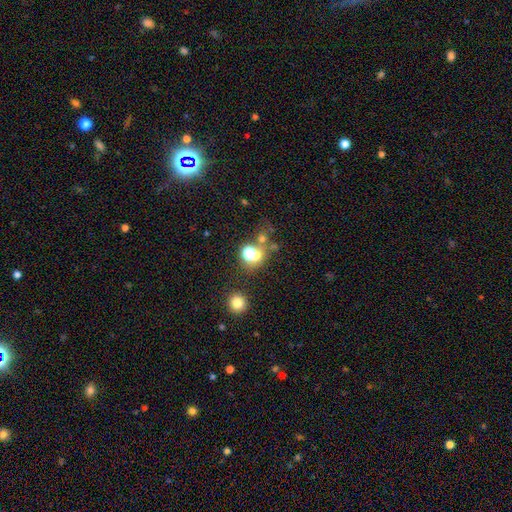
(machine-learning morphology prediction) Smooth or featured?
  - smooth: 56% *
  - star or artifact: 31%
  - featured or disk: 13%
How rounded?
  - round: 77% *
  - in between: 22%
  - cigar-shaped: 1%
Merging?
  - none: 53% *
  - merger: 29%
  - minor disturbance: 10%
  - major disturbance: 9%